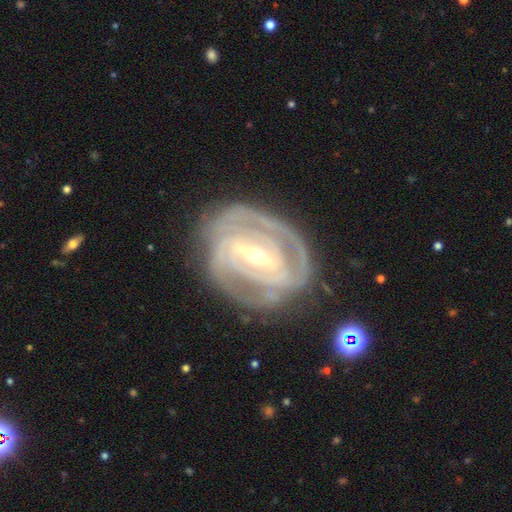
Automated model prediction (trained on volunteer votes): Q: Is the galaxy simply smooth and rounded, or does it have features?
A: featured or disk — 89%.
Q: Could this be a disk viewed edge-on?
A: no — 96%.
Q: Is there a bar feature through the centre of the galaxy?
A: strong — 61%.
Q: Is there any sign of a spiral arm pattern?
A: yes — 93%.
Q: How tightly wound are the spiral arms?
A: tight — 71%.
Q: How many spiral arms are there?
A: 2 — 35%.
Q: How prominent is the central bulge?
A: small — 65%.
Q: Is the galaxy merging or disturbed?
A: none — 73%.